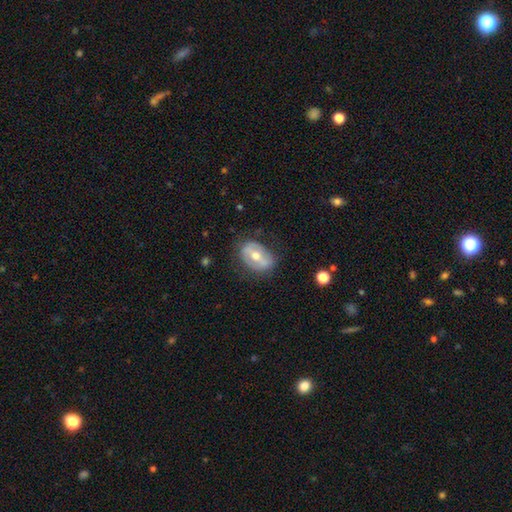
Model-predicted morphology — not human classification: smooth_or_featured: featured or disk (p=0.56) [alt: smooth p=0.37]
disk_edge_on: no (p=0.93) [alt: yes p=0.07]
bar: strong (p=0.36) [alt: weak p=0.33]
has_spiral_arms: no (p=0.64) [alt: yes p=0.36]
bulge_size: moderate (p=0.72) [alt: small p=0.22]
merging: none (p=0.69) [alt: minor disturbance p=0.21]